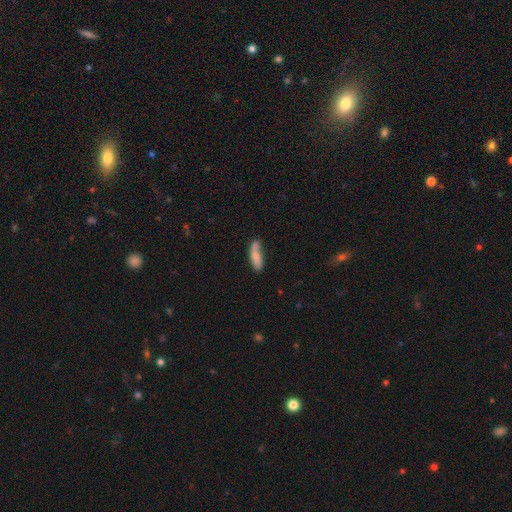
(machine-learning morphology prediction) Overall: smooth (72%). How rounded: cigar-shaped (58%; in between 40%). Merging: none (55%; minor disturbance 27%).